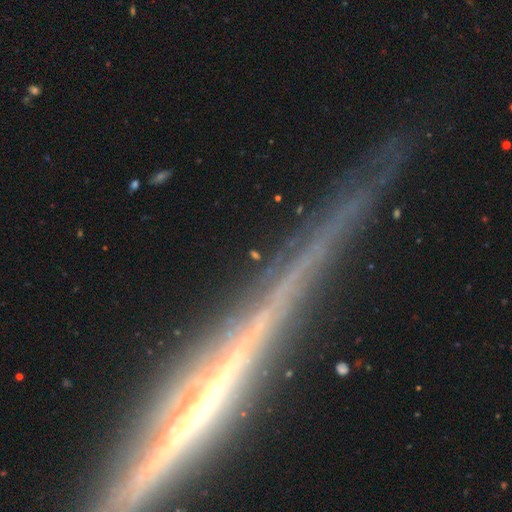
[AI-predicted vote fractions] smooth-or-featured: star or artifact: 43% | featured or disk: 37% | smooth: 20%